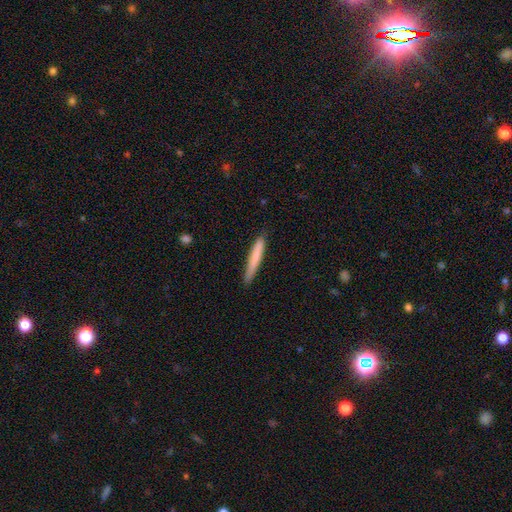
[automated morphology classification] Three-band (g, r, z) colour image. It shows a smooth galaxy with no disk features (75%) that is cigar-shaped (95%). Merging: none (85%).